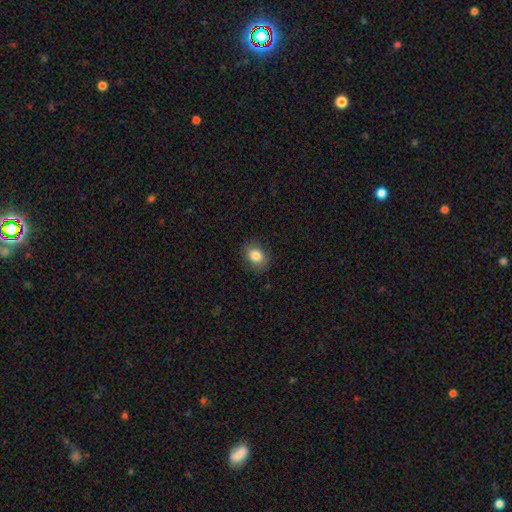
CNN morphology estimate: Q: Smooth or featured?
A: smooth (83%); runner-up: star or artifact (9%)
Q: How rounded?
A: in between (53%); runner-up: round (46%)
Q: Merging?
A: none (85%); runner-up: minor disturbance (11%)